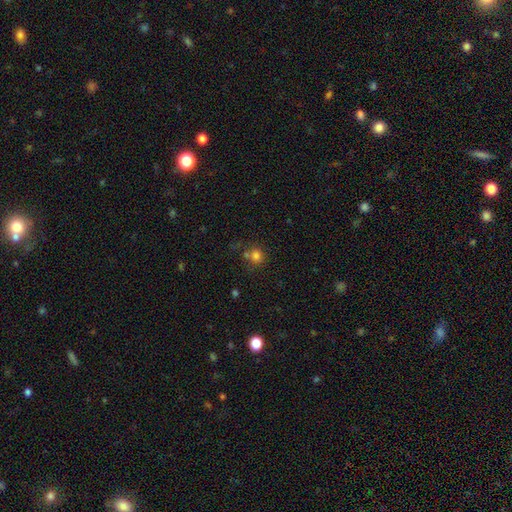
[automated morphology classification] smooth 78%, star or artifact 15%, featured or disk 8%. Down the decision tree: how rounded — round (81%); merging — none (58%).